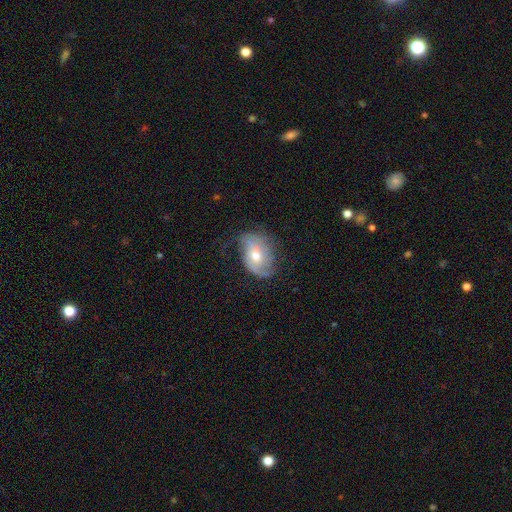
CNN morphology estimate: Overall: featured or disk (62%; smooth 31%). Edge-on disk: no (95%). Bar: no (66%; weak 28%). Spiral arms: yes (80%). Bulge size: moderate (68%). Merging: none (54%; minor disturbance 29%).